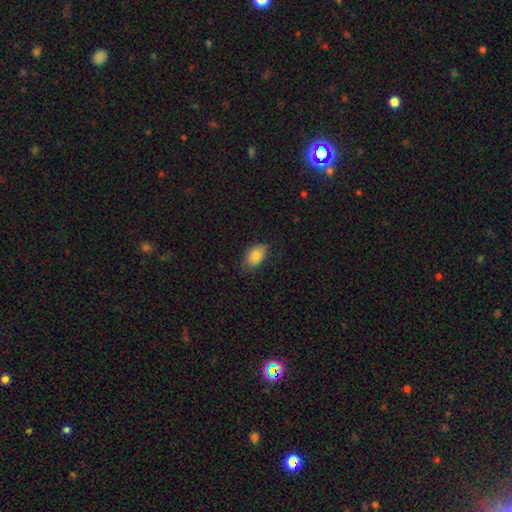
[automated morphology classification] smooth-or-featured: smooth: 86% | star or artifact: 7% | featured or disk: 7%
  how-rounded: in between: 89% | round: 9% | cigar-shaped: 1%
  merging: none: 72% | minor disturbance: 21% | major disturbance: 5% | merger: 1%